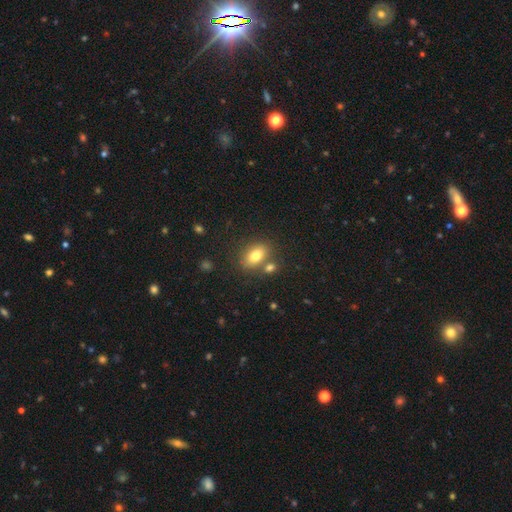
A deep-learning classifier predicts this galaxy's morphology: This is likely a smooth galaxy (78%). How rounded: clearly in between (84%). Merging: likely none (66%).